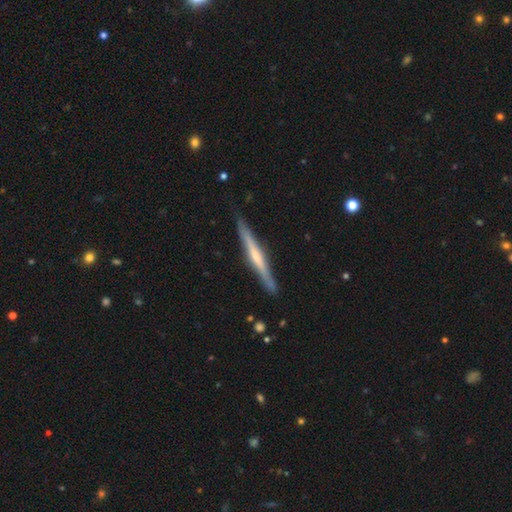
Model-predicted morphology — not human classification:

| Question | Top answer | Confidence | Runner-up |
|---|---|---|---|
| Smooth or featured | featured or disk | 66% | smooth (28%) |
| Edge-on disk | yes | 97% | no (3%) |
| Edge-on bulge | rounded | 52% | none (35%) |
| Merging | none | 88% | minor disturbance (9%) |